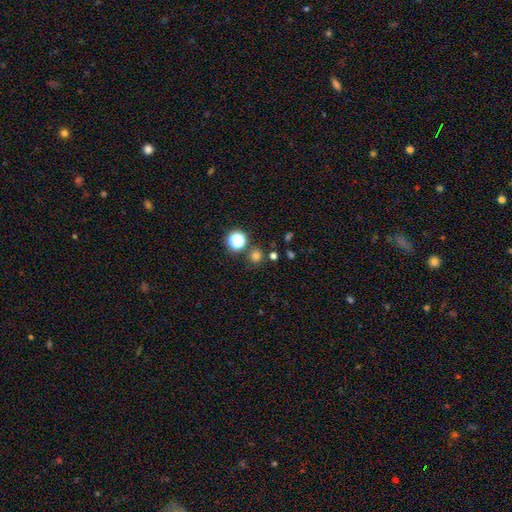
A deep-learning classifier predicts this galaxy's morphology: Smooth or featured? Predicted: smooth (p=0.72). How rounded? Predicted: round (p=0.91). Merging? Predicted: none (p=0.81).